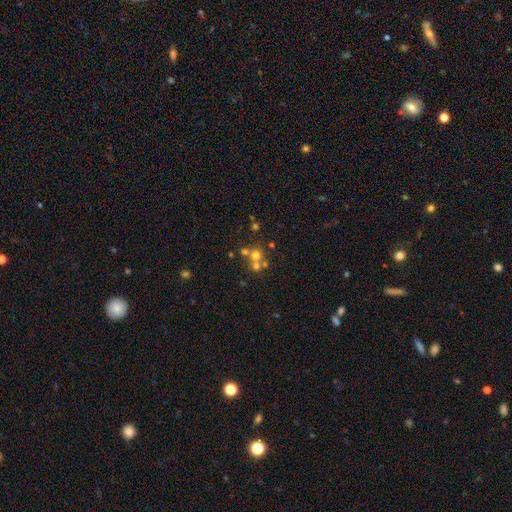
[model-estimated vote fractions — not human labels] A smooth galaxy with no disk features (57%) that is round (88%).

Vote fractions:
- Smooth or featured? smooth: 57% / star or artifact: 22% / featured or disk: 20%
- How rounded? round: 88% / in between: 11% / cigar-shaped: 1%
- Merging? none: 48% / merger: 42% / minor disturbance: 6% / major disturbance: 4%